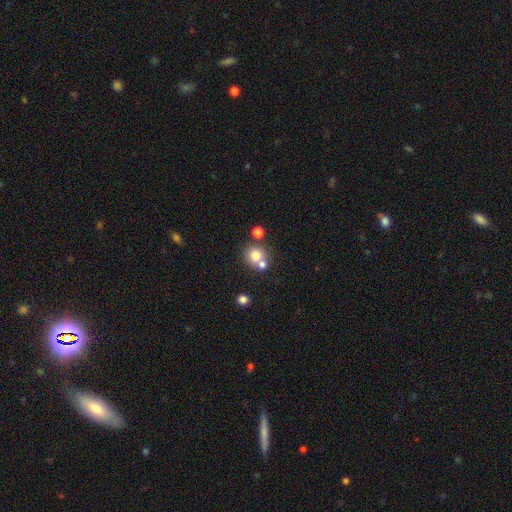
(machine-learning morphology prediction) Q: Smooth or featured?
A: smooth (76%); runner-up: featured or disk (13%)
Q: How rounded?
A: round (88%); runner-up: in between (11%)
Q: Merging?
A: none (52%); runner-up: merger (37%)